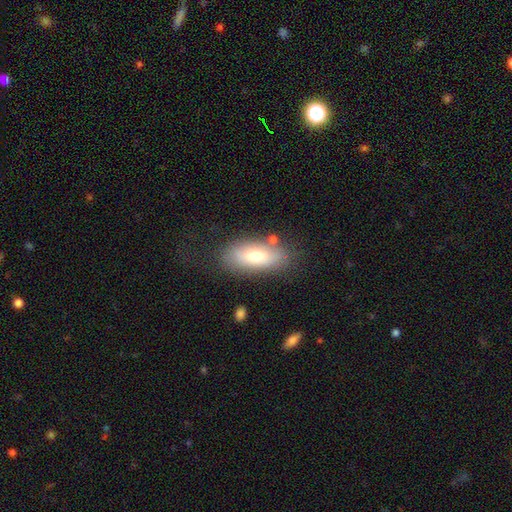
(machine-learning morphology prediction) smooth_or_featured: smooth (p=0.69) [alt: featured or disk p=0.23]
how_rounded: in between (p=0.83) [alt: cigar-shaped p=0.14]
merging: none (p=0.69) [alt: minor disturbance p=0.19]